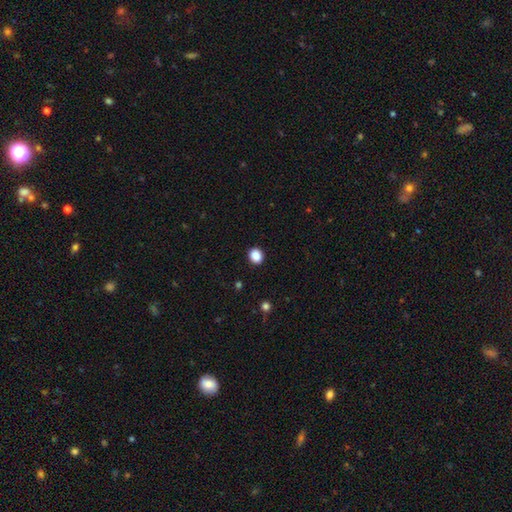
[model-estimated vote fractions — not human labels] smooth-or-featured: smooth: 88% | star or artifact: 10% | featured or disk: 2%
  how-rounded: round: 66% | in between: 33% | cigar-shaped: 1%
  merging: none: 91% | minor disturbance: 6% | major disturbance: 2% | merger: 1%